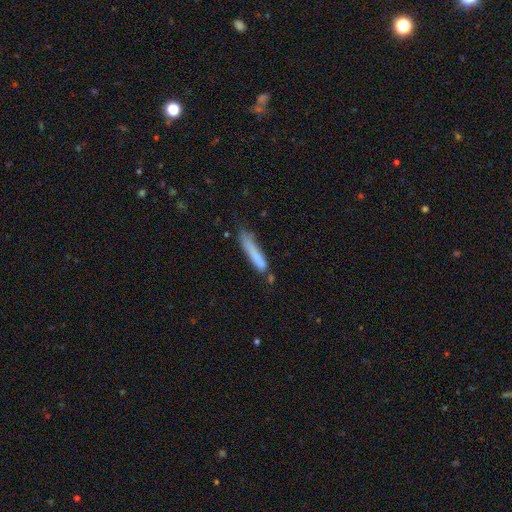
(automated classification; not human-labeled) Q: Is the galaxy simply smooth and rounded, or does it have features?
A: smooth — 72%.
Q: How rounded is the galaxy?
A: cigar-shaped — 89%.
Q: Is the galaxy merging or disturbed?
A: none — 56%.